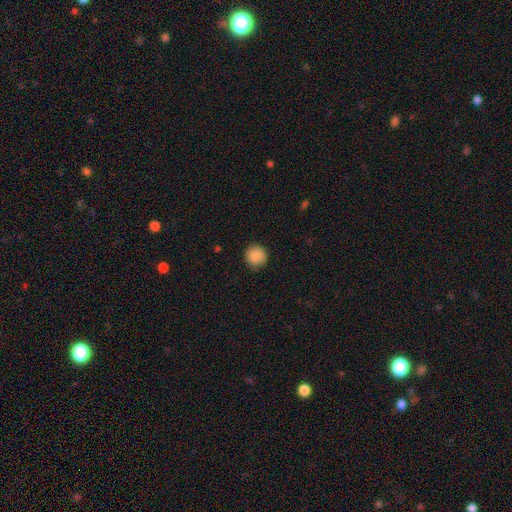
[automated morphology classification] This appears to be a smooth galaxy with no disk features (89%) that is round (93%). Merging: none (87%).